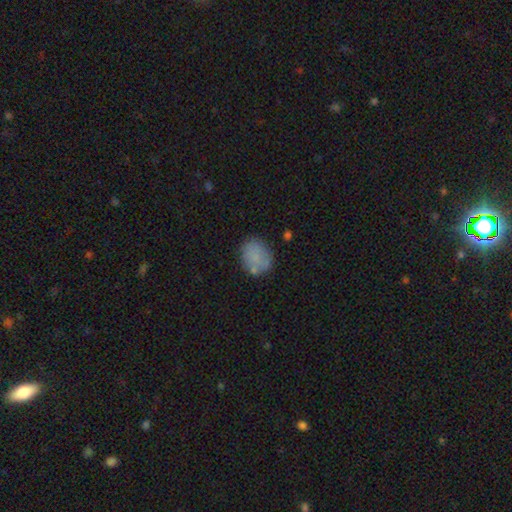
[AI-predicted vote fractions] smooth_or_featured: smooth (p=0.78) [alt: featured or disk p=0.13]
how_rounded: round (p=0.58) [alt: in between p=0.41]
merging: none (p=0.68) [alt: minor disturbance p=0.19]